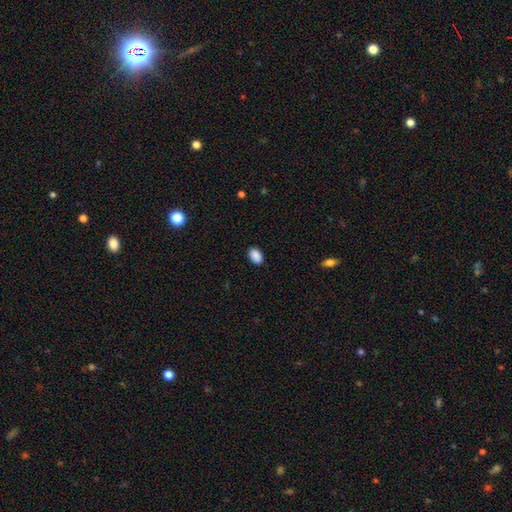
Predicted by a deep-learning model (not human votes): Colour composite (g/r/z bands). It shows a smooth galaxy with no disk features (89%) that is in between round and cigar-shaped (87%). Merging: none (88%).